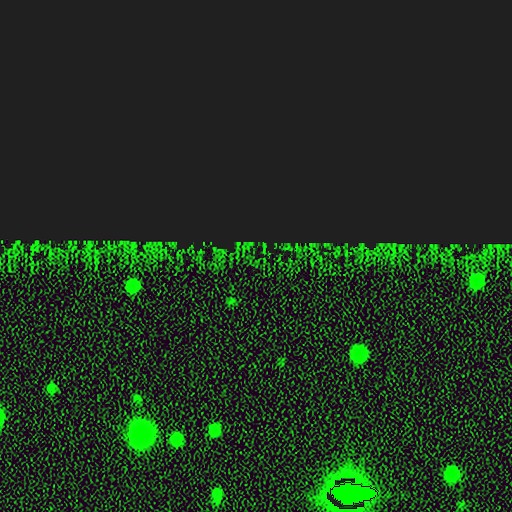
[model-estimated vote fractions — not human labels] A star or artifact, not a galaxy (84%).

Vote fractions:
- Smooth or featured? star or artifact: 84% / smooth: 9% / featured or disk: 7%